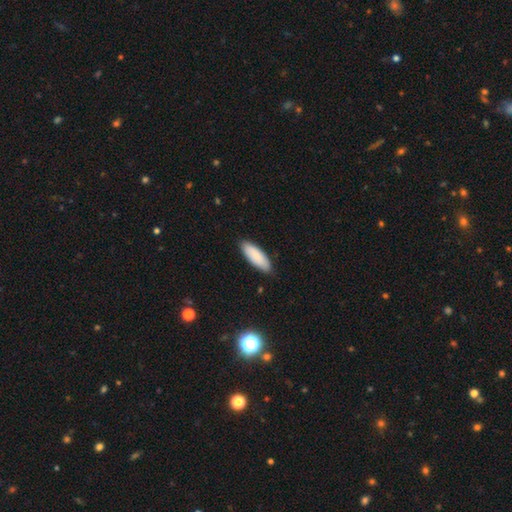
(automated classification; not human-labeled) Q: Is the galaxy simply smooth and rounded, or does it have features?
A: smooth — 88%.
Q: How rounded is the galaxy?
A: in between — 67%.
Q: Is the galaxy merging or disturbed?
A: none — 87%.